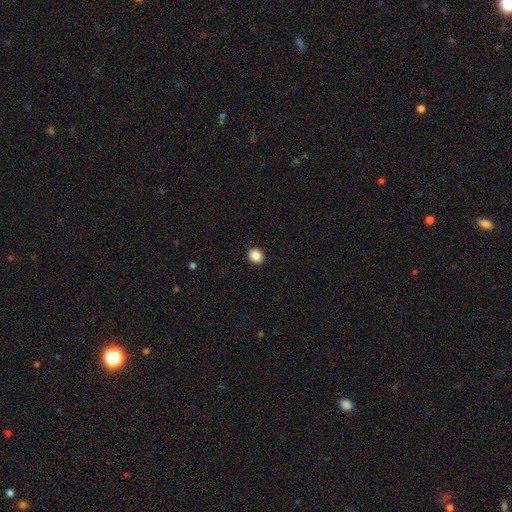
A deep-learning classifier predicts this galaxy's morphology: type=smooth (88%); roundness=round (66%); merging=none (92%).